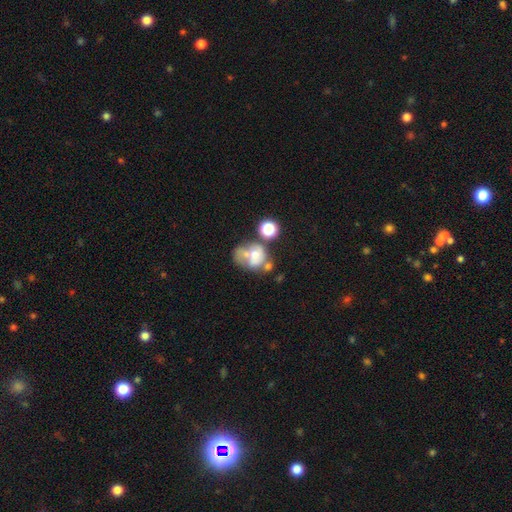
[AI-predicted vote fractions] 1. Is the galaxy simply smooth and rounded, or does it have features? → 46% smooth, 41% featured or disk, 13% star or artifact.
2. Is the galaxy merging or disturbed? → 47% merger, 20% major disturbance, 19% none, 13% minor disturbance.